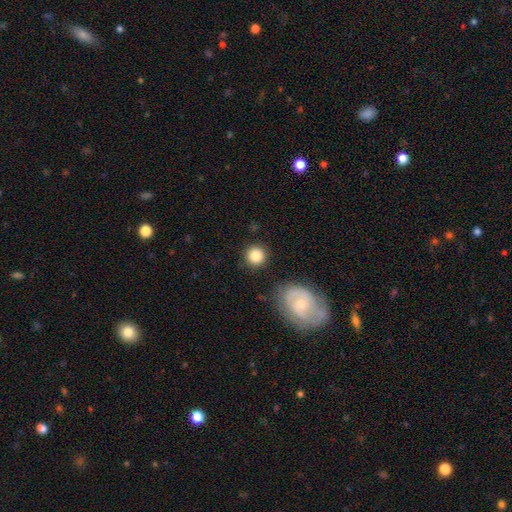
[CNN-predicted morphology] This appears to be a smooth galaxy with no disk features (84%) that is round (93%). Merging: none (85%).